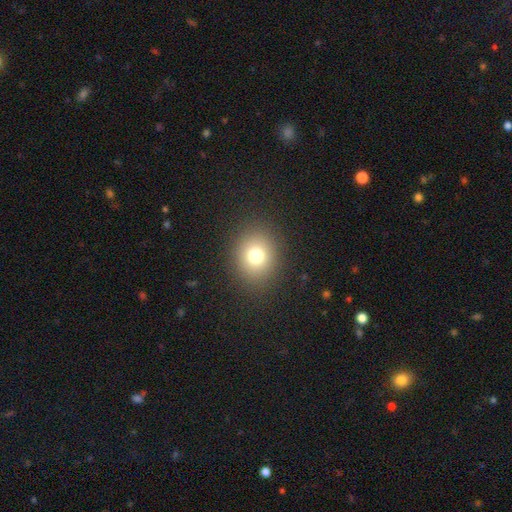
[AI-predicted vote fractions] Morphology: type=smooth (75%); roundness=round (67%); merging=none (89%).